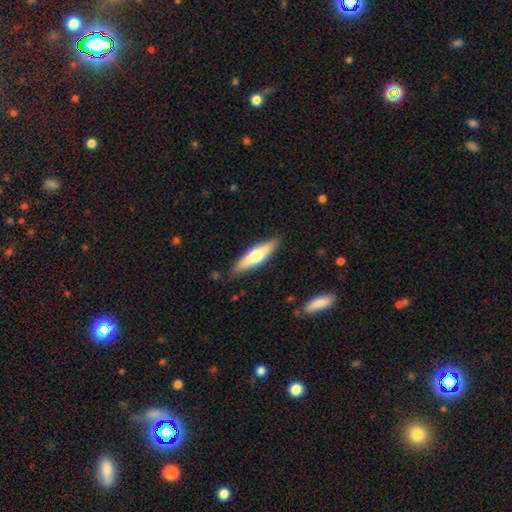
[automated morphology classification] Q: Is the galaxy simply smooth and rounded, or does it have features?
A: smooth — 52%.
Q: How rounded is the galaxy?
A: cigar-shaped — 66%.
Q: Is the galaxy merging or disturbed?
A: none — 87%.